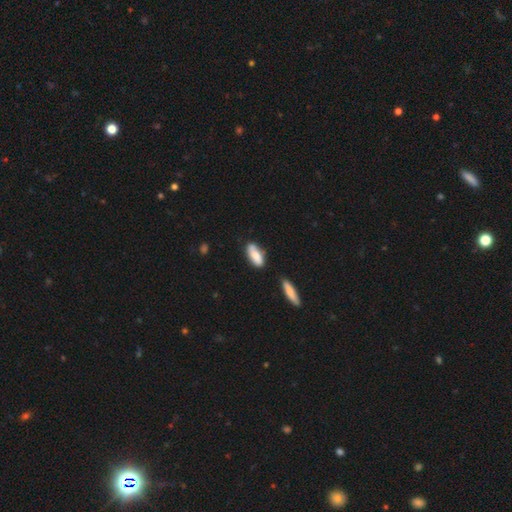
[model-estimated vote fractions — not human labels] This is likely a smooth galaxy (74%). How rounded: likely in between (78%). Merging: likely none (67%).